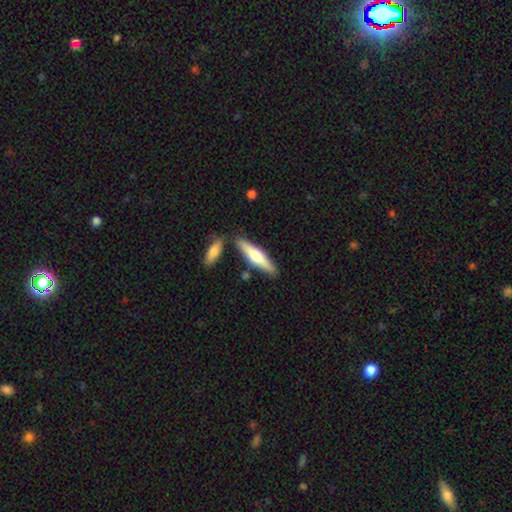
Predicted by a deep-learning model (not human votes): Smooth or featured? Predicted: smooth (p=0.52). How rounded? Predicted: cigar-shaped (p=0.78). Merging? Predicted: none (p=0.80).